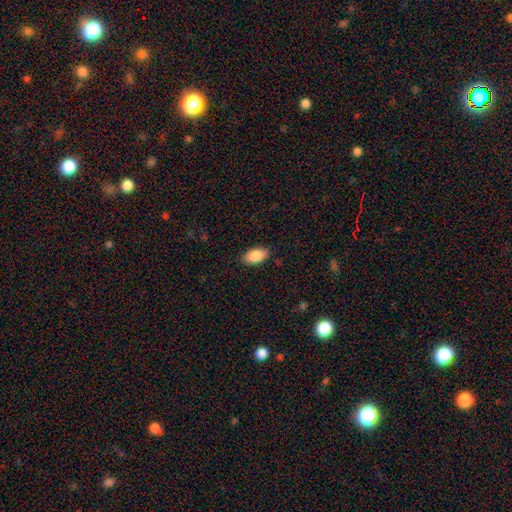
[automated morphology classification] Smooth or featured? smooth (88%)
How rounded? in between (94%)
Merging? none (86%)